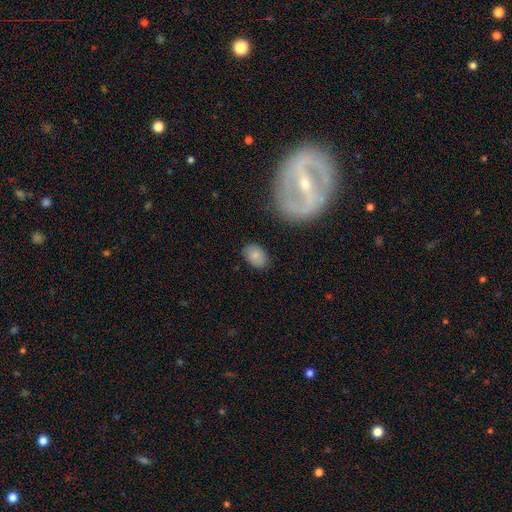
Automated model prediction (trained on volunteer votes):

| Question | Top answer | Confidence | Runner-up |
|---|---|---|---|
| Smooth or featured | smooth | 80% | featured or disk (11%) |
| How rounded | in between | 83% | round (16%) |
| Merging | none | 83% | minor disturbance (12%) |